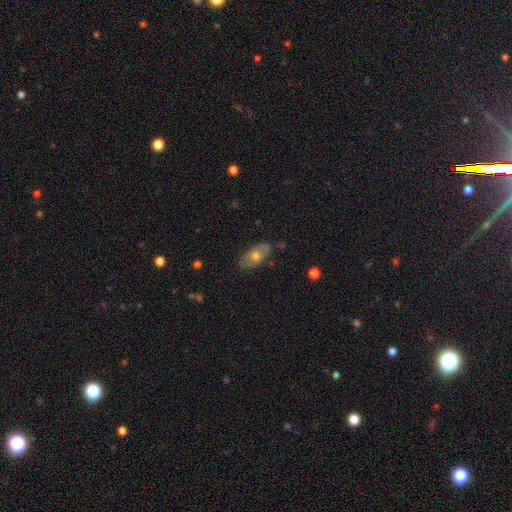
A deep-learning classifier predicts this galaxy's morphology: Smooth or featured: smooth — 55% (featured or disk — 38%)
How rounded: in between — 90% (round — 6%)
Merging: none — 81% (minor disturbance — 15%)